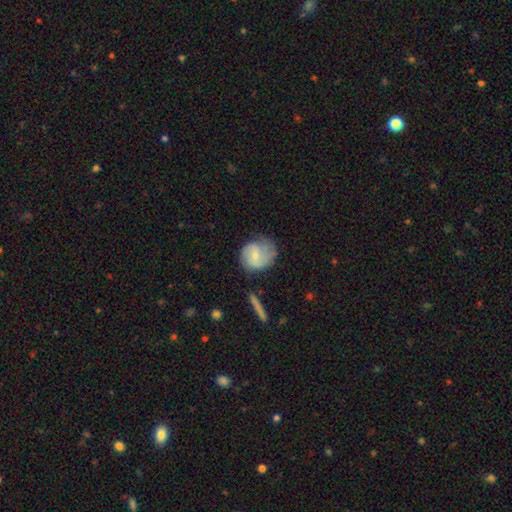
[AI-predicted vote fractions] smooth-or-featured: featured or disk: 47% | smooth: 46% | star or artifact: 7%
  merging: none: 54% | minor disturbance: 29% | major disturbance: 14% | merger: 3%